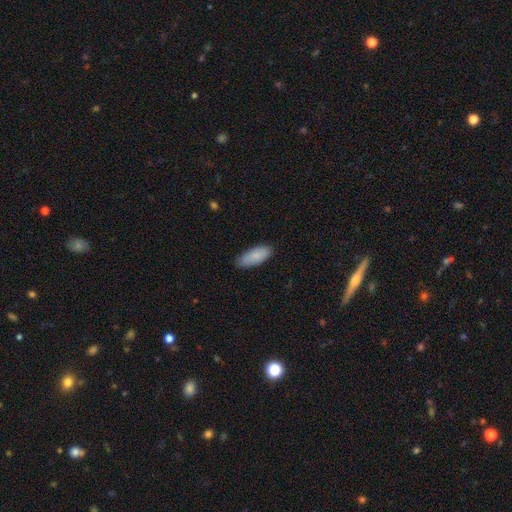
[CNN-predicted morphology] This appears to be a smooth galaxy with no disk features (86%) that is in between round and cigar-shaped (83%). Merging: none (84%).